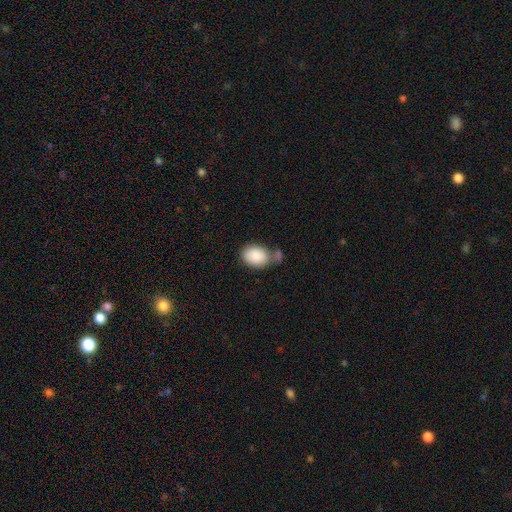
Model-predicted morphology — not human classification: A smooth galaxy with no disk features (88%) that is in between round and cigar-shaped (74%). Merging: none (48%).